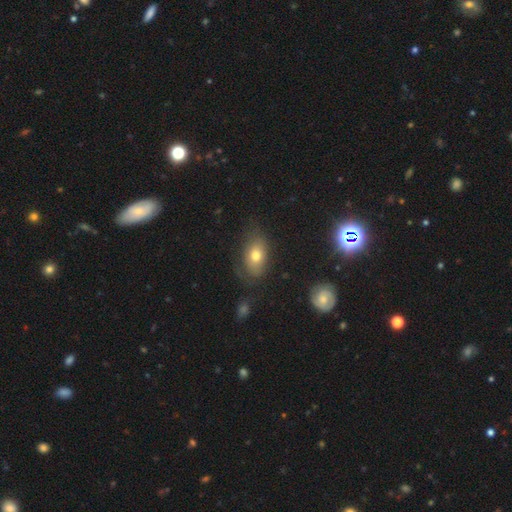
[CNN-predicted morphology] Q: Smooth or featured?
A: smooth (71%); runner-up: featured or disk (20%)
Q: How rounded?
A: in between (85%); runner-up: round (13%)
Q: Merging?
A: none (64%); runner-up: minor disturbance (22%)